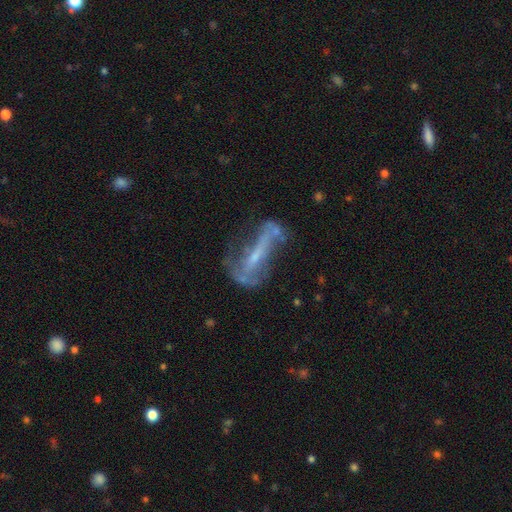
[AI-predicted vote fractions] A featured or disk galaxy (72%) with a strong bar (43%), spiral arms (59%) and a small central bulge (59%). Merging: none (37%).